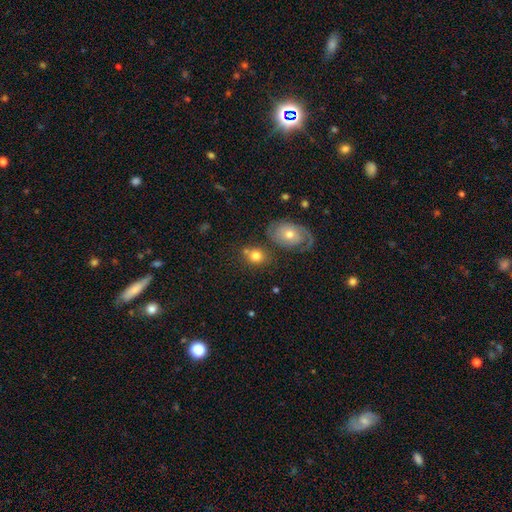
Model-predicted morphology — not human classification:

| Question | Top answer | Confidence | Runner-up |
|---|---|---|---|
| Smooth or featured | smooth | 72% | featured or disk (17%) |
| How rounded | round | 61% | in between (38%) |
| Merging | none | 60% | merger (20%) |